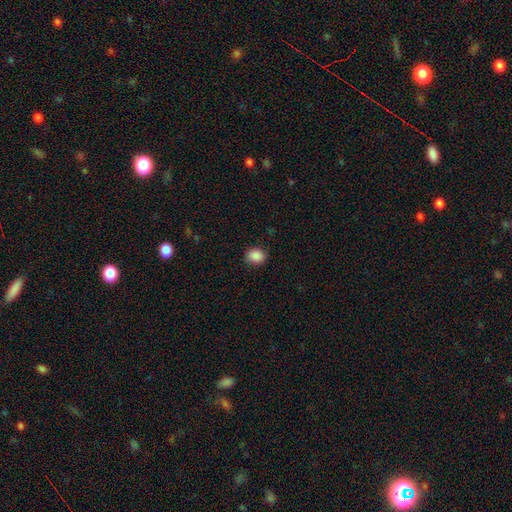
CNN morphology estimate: A smooth galaxy with no disk features (88%) that is round (62%).

Vote fractions:
- Smooth or featured? smooth: 88% / star or artifact: 9% / featured or disk: 3%
- How rounded? round: 62% / in between: 38% / cigar-shaped: 1%
- Merging? none: 83% / minor disturbance: 13% / major disturbance: 3% / merger: 1%